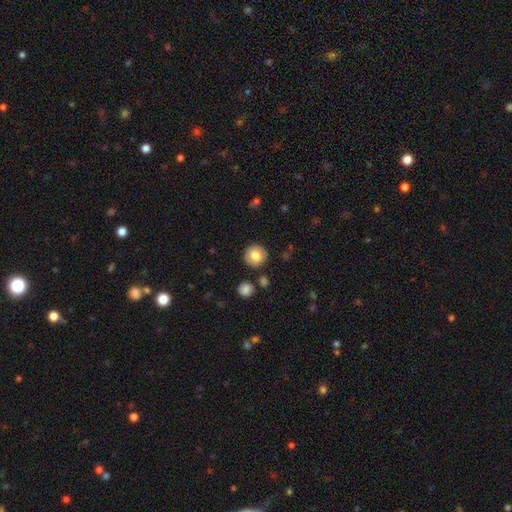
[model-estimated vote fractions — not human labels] Smooth or featured? smooth (77%)
How rounded? round (92%)
Merging? none (87%)